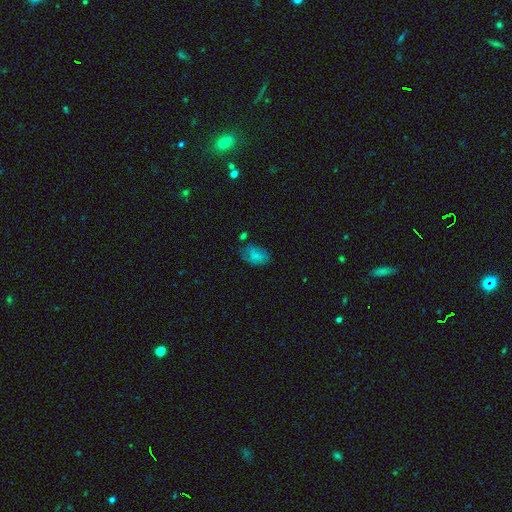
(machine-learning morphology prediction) type=smooth (72%); roundness=in between (86%); merging=none (52%).